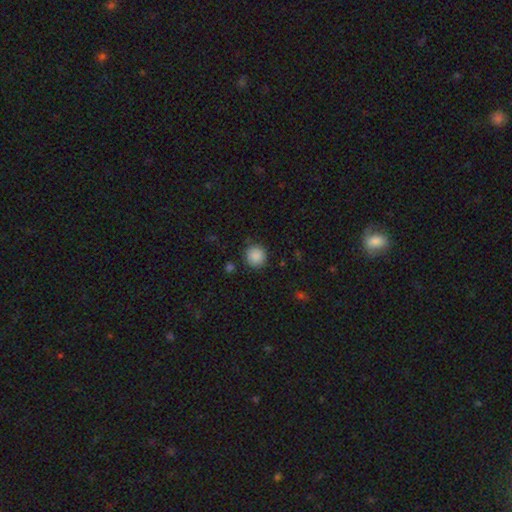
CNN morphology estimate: This is clearly a smooth galaxy (88%). How rounded: clearly round (92%). Merging: clearly none (86%).